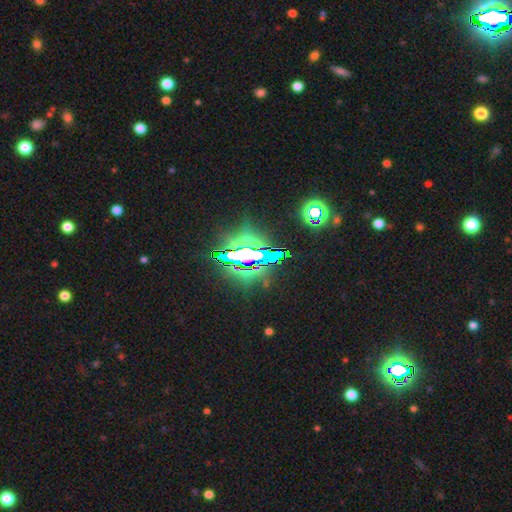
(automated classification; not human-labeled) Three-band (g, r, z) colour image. It shows a star or artifact, not a galaxy (74%).